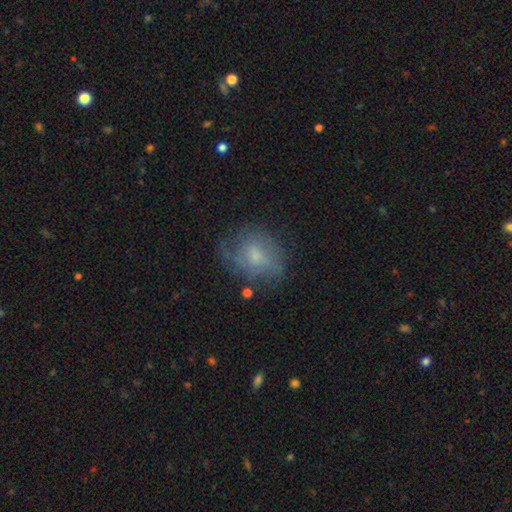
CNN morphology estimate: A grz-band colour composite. It shows a featured or disk galaxy (45%). Merging: none (60%).